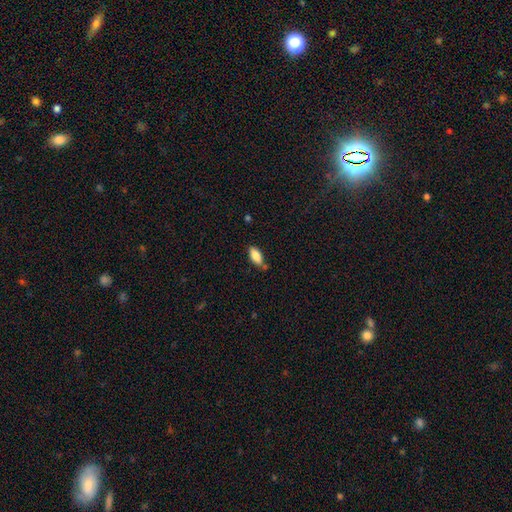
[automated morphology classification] Smooth or featured? smooth (84%)
How rounded? in between (85%)
Merging? none (71%)